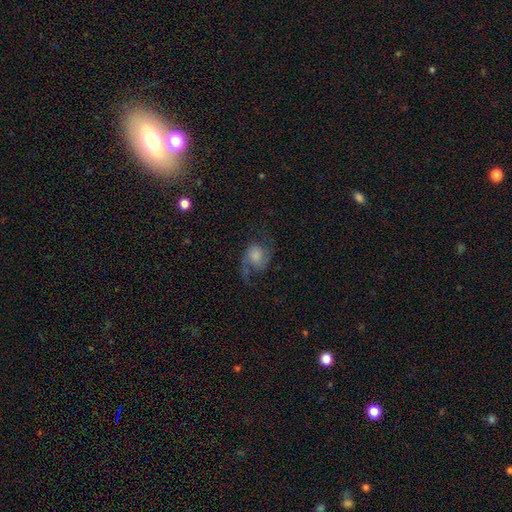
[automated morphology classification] Smooth or featured?
  - featured or disk: 68% *
  - smooth: 23%
  - star or artifact: 8%
Edge-on disk?
  - no: 98% *
  - yes: 2%
Bar?
  - no: 68% *
  - weak: 28%
  - strong: 5%
Spiral arms?
  - yes: 93% *
  - no: 7%
Spiral winding?
  - loose: 52% *
  - medium: 38%
  - tight: 9%
Spiral arm count?
  - 2: 88% *
  - 1: 5%
  - can't tell: 3%
  - 3: 2%
  - 4: 1%
  - more than 4: 1%
Bulge size?
  - large: 28% *
  - none: 27%
  - moderate: 22%
  - small: 15%
  - dominant: 8%
Merging?
  - none: 58% *
  - major disturbance: 21%
  - minor disturbance: 19%
  - merger: 2%